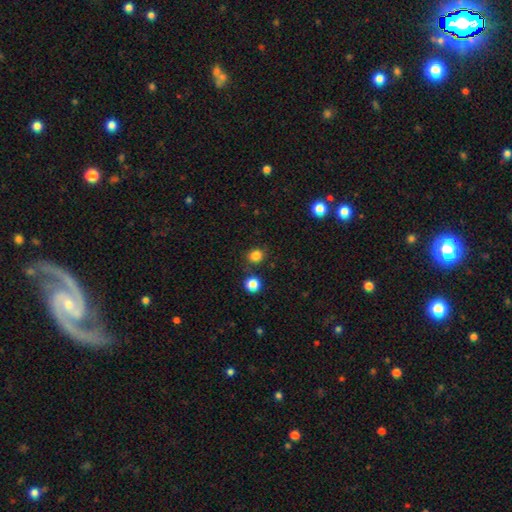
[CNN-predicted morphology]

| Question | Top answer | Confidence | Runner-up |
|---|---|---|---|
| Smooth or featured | smooth | 83% | star or artifact (13%) |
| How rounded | round | 78% | in between (22%) |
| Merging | none | 82% | minor disturbance (9%) |